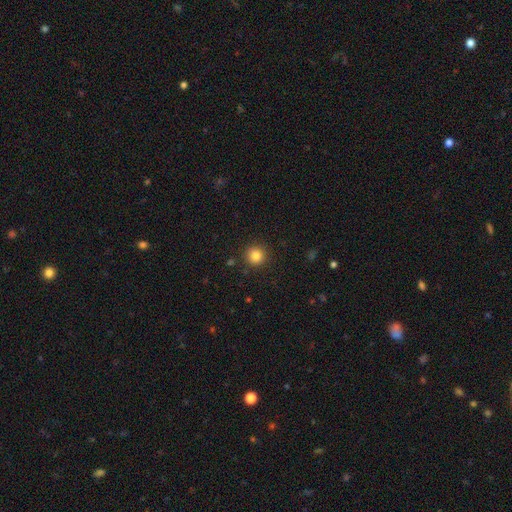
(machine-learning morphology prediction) Smooth or featured?
  - smooth: 84% *
  - star or artifact: 12%
  - featured or disk: 5%
How rounded?
  - round: 94% *
  - in between: 5%
  - cigar-shaped: 1%
Merging?
  - none: 91% *
  - minor disturbance: 6%
  - major disturbance: 2%
  - merger: 1%